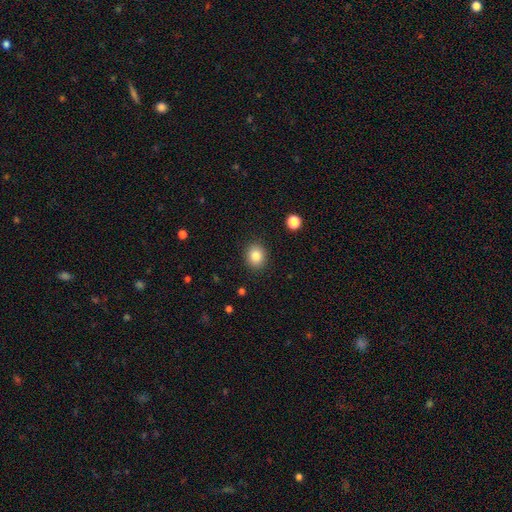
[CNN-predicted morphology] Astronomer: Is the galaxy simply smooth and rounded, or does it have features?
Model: smooth — 84%.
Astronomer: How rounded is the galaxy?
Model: round — 70%.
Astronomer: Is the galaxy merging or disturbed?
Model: none — 90%.